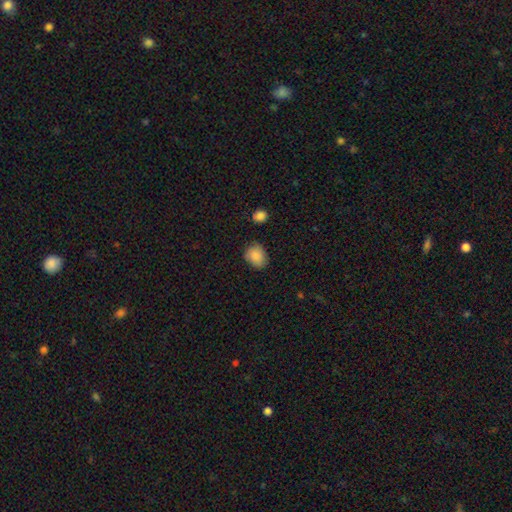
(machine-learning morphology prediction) Smooth or featured? Predicted: smooth (p=0.85). How rounded? Predicted: round (p=0.50). Merging? Predicted: none (p=0.73).